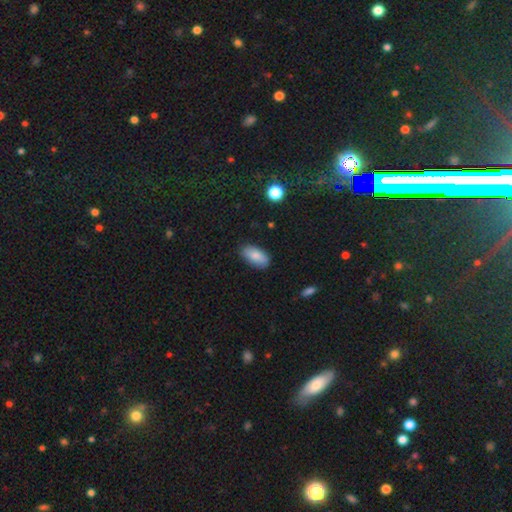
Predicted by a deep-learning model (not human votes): This is clearly a smooth galaxy (84%). How rounded: clearly in between (91%). Merging: clearly none (82%).